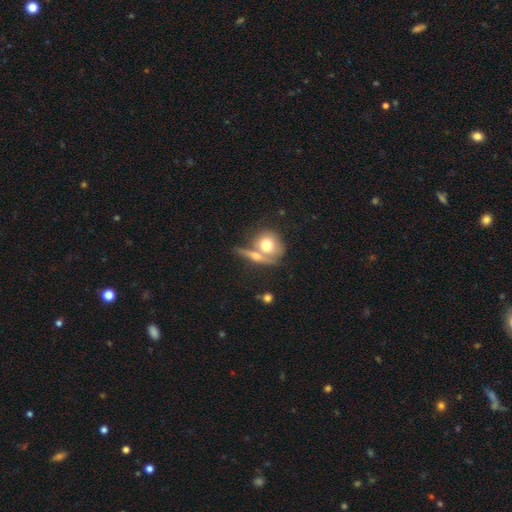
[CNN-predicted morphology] Smooth or featured? smooth (55%)
How rounded? round (59%)
Merging? none (46%)